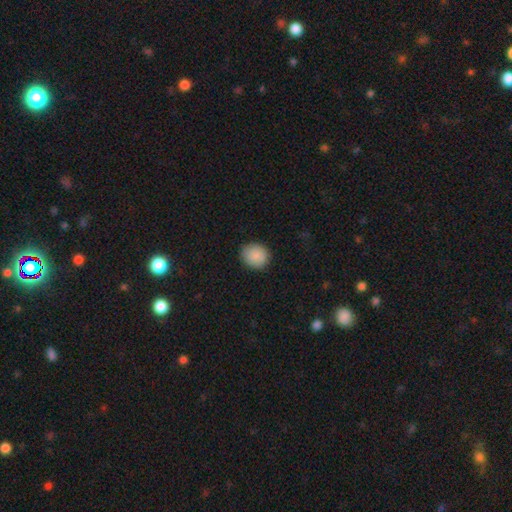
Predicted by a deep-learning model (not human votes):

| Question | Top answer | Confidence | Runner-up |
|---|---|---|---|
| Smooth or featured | smooth | 89% | star or artifact (7%) |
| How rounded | round | 78% | in between (21%) |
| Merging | none | 89% | minor disturbance (8%) |